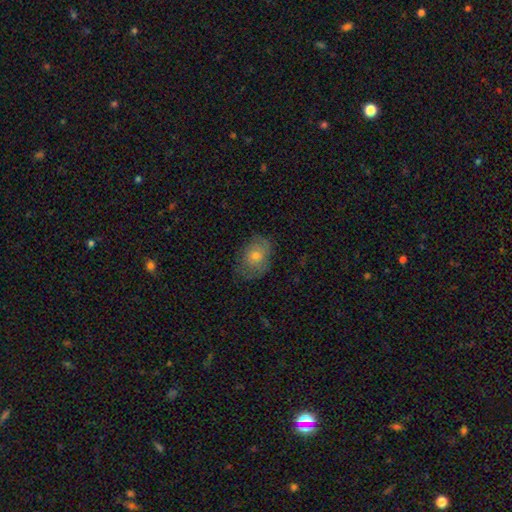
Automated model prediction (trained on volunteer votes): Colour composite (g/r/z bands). It shows a smooth galaxy with no disk features (63%) that is in between round and cigar-shaped (66%). Merging: none (63%).